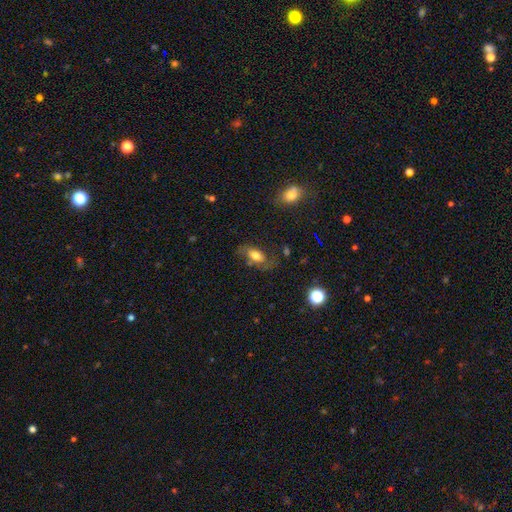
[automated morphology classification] smooth 59%, featured or disk 31%, star or artifact 10%. Down the decision tree: how rounded — in between (85%); merging — none (63%).